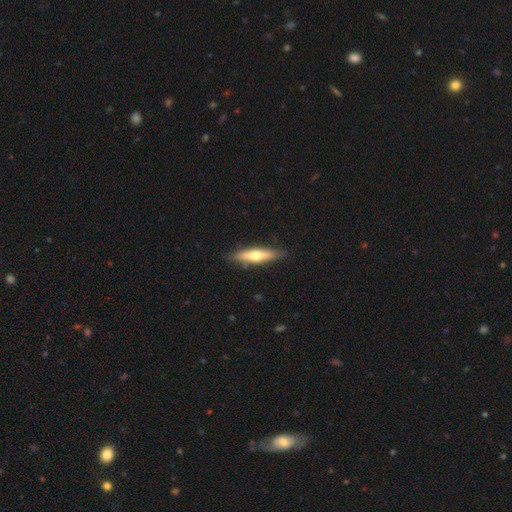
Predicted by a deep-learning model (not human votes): Smooth or featured? smooth (49%)
Merging? none (86%)